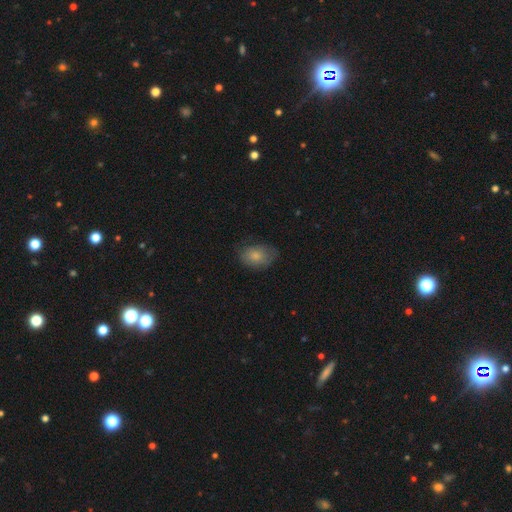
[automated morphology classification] smooth-or-featured: smooth: 76% | featured or disk: 17% | star or artifact: 7%
  how-rounded: in between: 82% | round: 17% | cigar-shaped: 1%
  merging: none: 65% | minor disturbance: 26% | major disturbance: 8% | merger: 1%